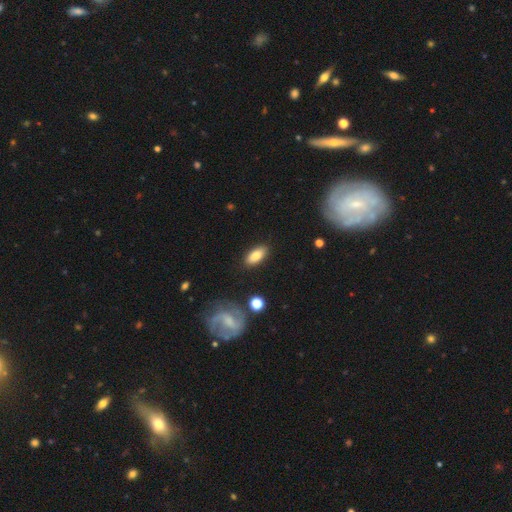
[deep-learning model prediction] Smooth or featured?
  - smooth: 83% *
  - featured or disk: 10%
  - star or artifact: 7%
How rounded?
  - in between: 86% *
  - cigar-shaped: 11%
  - round: 3%
Merging?
  - none: 86% *
  - minor disturbance: 10%
  - major disturbance: 2%
  - merger: 2%